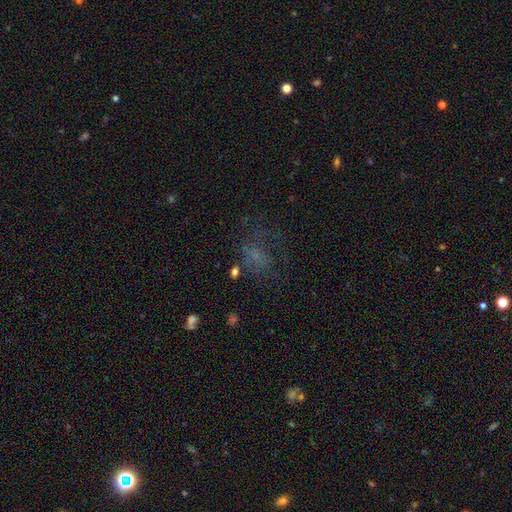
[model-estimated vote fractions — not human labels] Smooth or featured: smooth — 42% (featured or disk — 31%)
Merging: none — 42% (major disturbance — 34%)